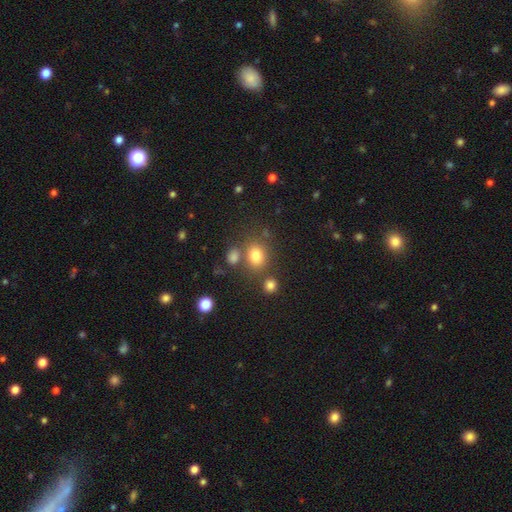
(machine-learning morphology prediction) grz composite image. It shows a smooth galaxy with no disk features (78%) that is round (62%). Merging: none (68%).